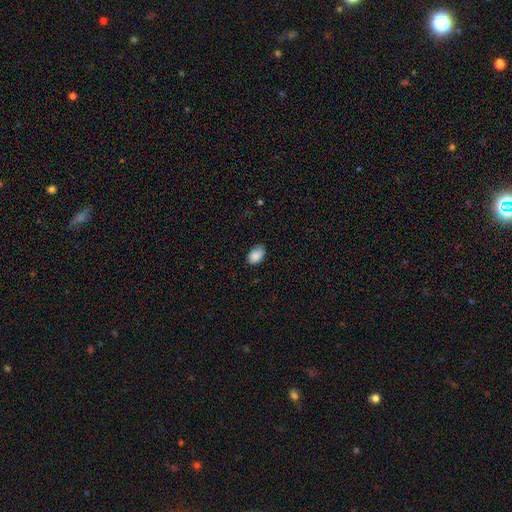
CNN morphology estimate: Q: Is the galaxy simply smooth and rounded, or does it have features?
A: smooth — 88%.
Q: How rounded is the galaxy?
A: in between — 89%.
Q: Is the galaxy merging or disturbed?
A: none — 74%.